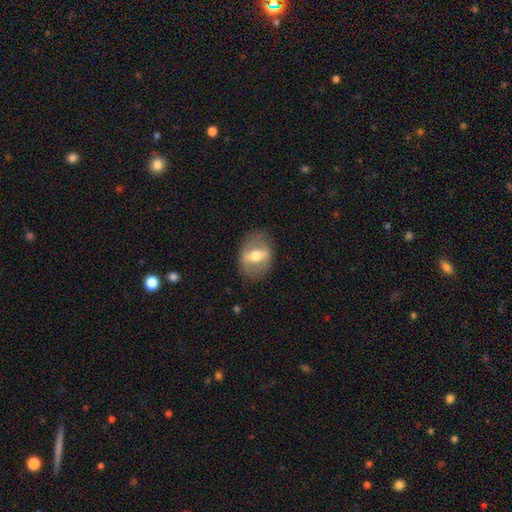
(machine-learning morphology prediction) smooth_or_featured: featured or disk (p=0.54) [alt: smooth p=0.39]
disk_edge_on: no (p=0.81) [alt: yes p=0.19]
merging: none (p=0.81) [alt: minor disturbance p=0.13]